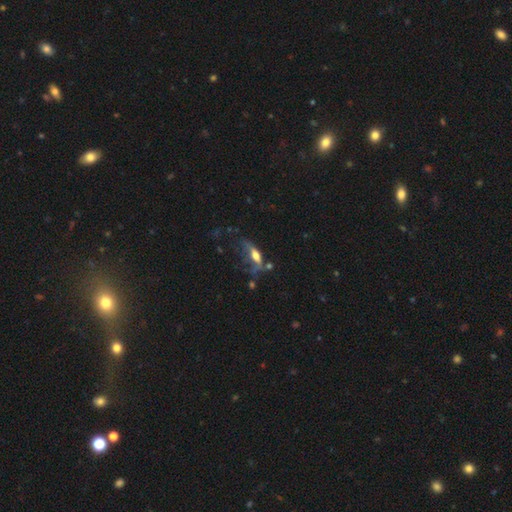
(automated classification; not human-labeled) smooth_or_featured: featured or disk (p=0.47) [alt: smooth p=0.43]
merging: major disturbance (p=0.35) [alt: none p=0.29]